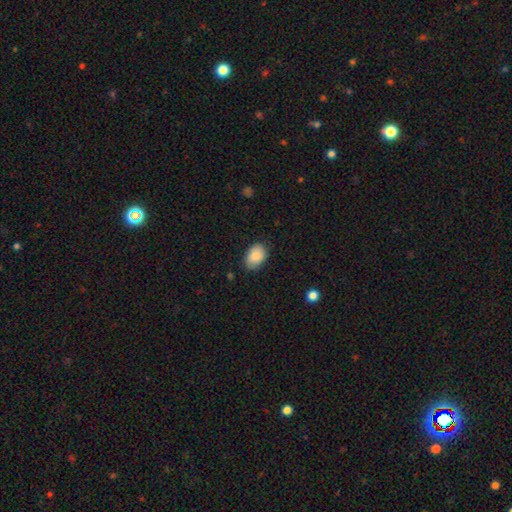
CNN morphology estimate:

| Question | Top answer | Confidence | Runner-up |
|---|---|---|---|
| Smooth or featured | smooth | 85% | featured or disk (9%) |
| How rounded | in between | 84% | round (15%) |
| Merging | none | 79% | minor disturbance (17%) |